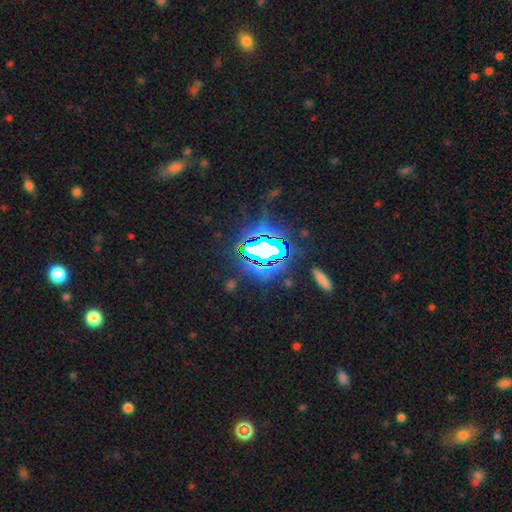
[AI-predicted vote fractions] star or artifact 77%, smooth 12%, featured or disk 11%.